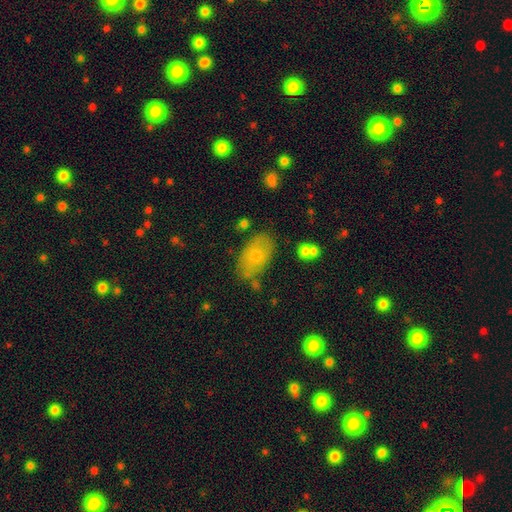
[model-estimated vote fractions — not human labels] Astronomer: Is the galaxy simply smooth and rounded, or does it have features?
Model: smooth — 72%.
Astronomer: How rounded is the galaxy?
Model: in between — 92%.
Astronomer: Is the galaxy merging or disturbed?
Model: none — 70%.